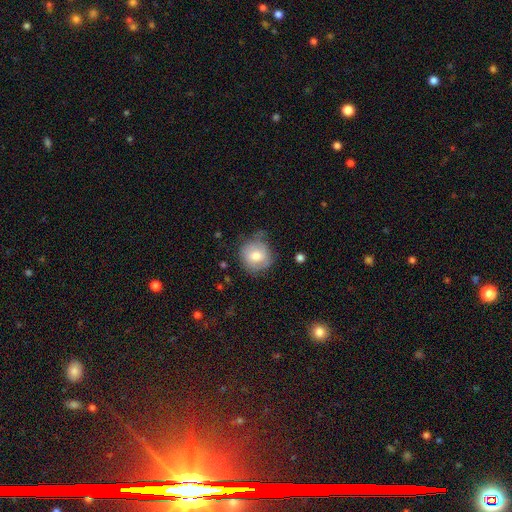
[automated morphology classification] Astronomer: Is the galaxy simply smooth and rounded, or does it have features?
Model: smooth — 71%.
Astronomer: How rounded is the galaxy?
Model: round — 84%.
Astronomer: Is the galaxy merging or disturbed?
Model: none — 61%.